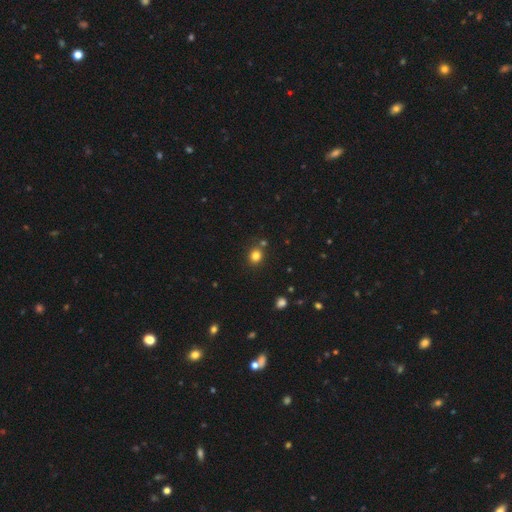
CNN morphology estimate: smooth_or_featured: smooth (p=0.81) [alt: star or artifact p=0.14]
how_rounded: round (p=0.78) [alt: in between p=0.21]
merging: none (p=0.80) [alt: minor disturbance p=0.09]